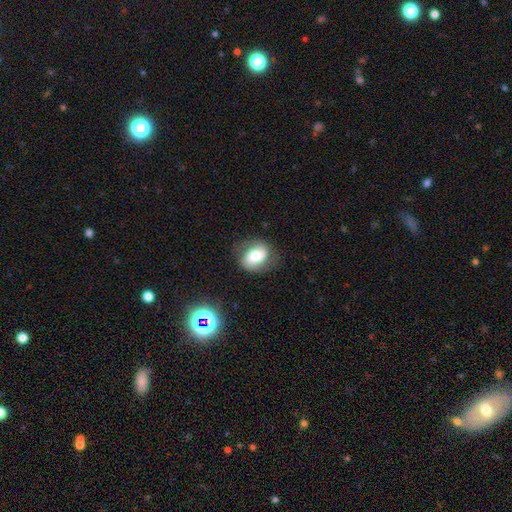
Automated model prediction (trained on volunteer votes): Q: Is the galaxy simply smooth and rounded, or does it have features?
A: smooth — 53%.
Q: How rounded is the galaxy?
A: in between — 57%.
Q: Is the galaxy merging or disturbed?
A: none — 75%.